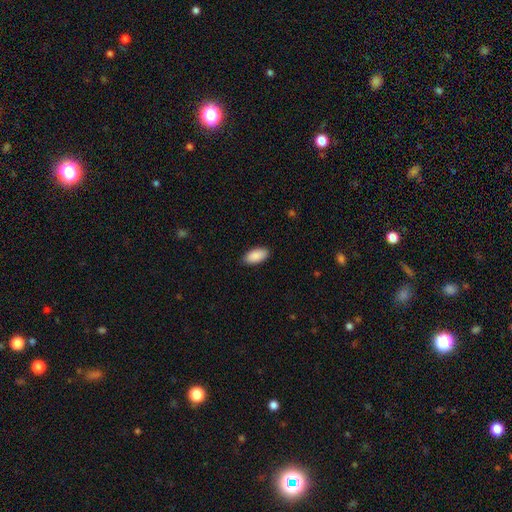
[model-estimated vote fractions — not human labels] A smooth galaxy with no disk features (90%) that is in between round and cigar-shaped (94%).

Vote fractions:
- Smooth or featured? smooth: 90% / star or artifact: 6% / featured or disk: 4%
- How rounded? in between: 94% / cigar-shaped: 4% / round: 2%
- Merging? none: 88% / minor disturbance: 9% / major disturbance: 2% / merger: 1%